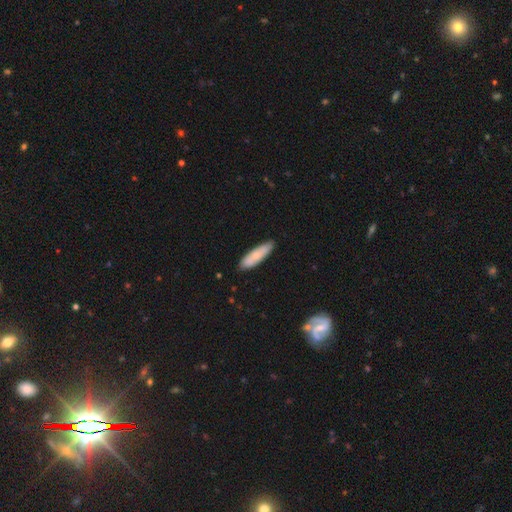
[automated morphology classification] Q: Smooth or featured?
A: smooth (76%); runner-up: featured or disk (18%)
Q: How rounded?
A: cigar-shaped (64%); runner-up: in between (34%)
Q: Merging?
A: none (84%); runner-up: minor disturbance (13%)